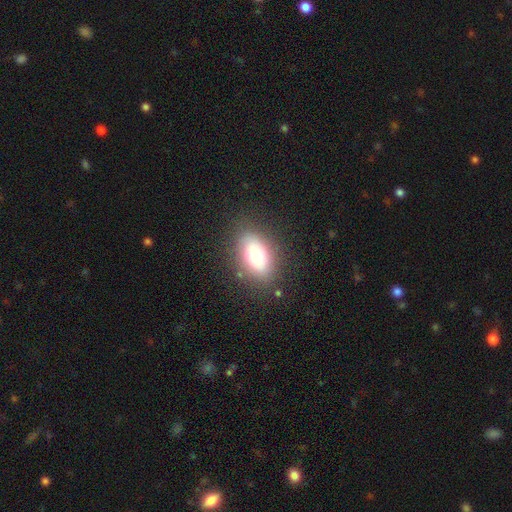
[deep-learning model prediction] Q: Smooth or featured?
A: smooth (72%); runner-up: featured or disk (17%)
Q: How rounded?
A: in between (83%); runner-up: round (14%)
Q: Merging?
A: none (82%); runner-up: minor disturbance (11%)